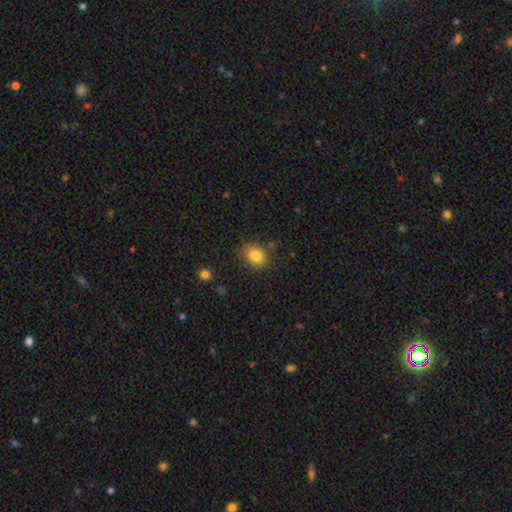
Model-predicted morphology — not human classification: smooth_or_featured: smooth (p=0.84) [alt: star or artifact p=0.10]
how_rounded: in between (p=0.57) [alt: round p=0.42]
merging: none (p=0.81) [alt: minor disturbance p=0.13]